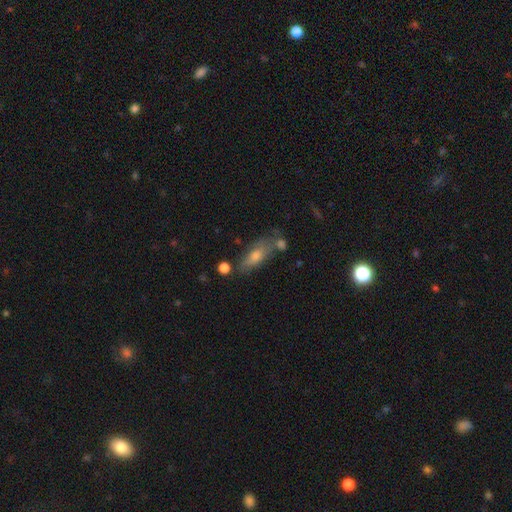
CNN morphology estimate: Smooth or featured: smooth — 57% (featured or disk — 32%)
How rounded: in between — 63% (cigar-shaped — 33%)
Merging: none — 58% (minor disturbance — 21%)